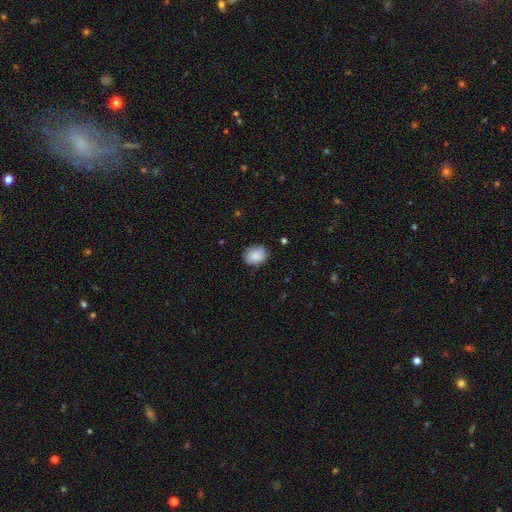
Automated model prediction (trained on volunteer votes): Smooth or featured? smooth (81%)
How rounded? round (53%)
Merging? none (77%)